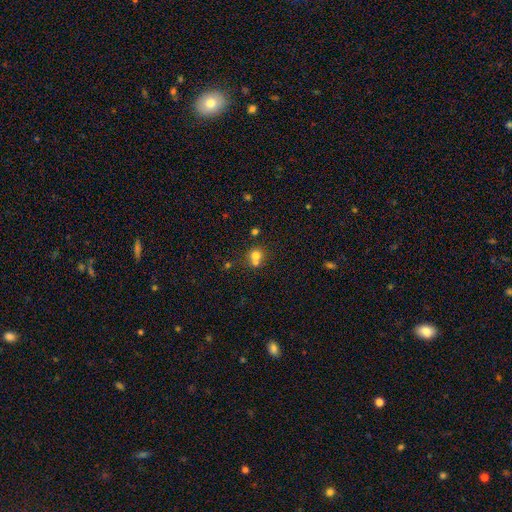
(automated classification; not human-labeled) A smooth galaxy with no disk features (71%) that is round (83%). Merging: merger (51%).